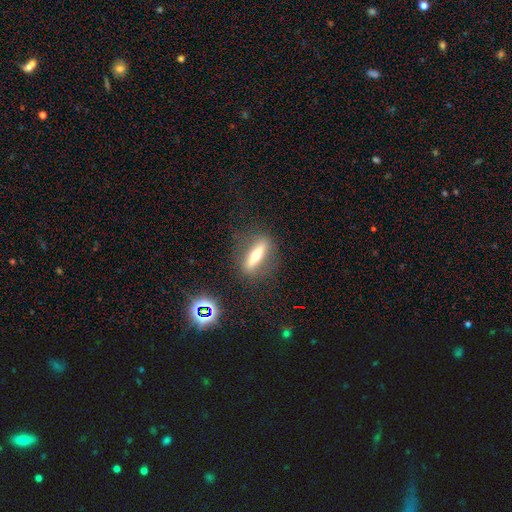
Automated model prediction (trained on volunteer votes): Morphology: type=featured or disk (51%); edge-on=yes (78%); merging=none (82%).